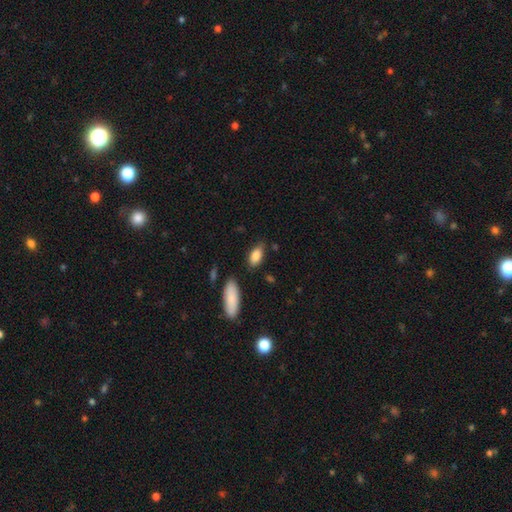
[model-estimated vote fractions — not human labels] The model was most divided on "merging": none: 76%, minor disturbance: 17%, merger: 4%, major disturbance: 3%. More confident: how rounded — in between (88%); smooth or featured — smooth (85%).